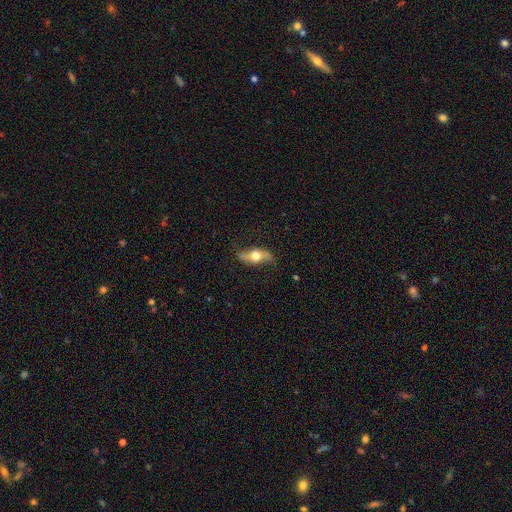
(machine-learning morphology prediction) smooth-or-featured: featured or disk: 63% | smooth: 30% | star or artifact: 6%
  disk-edge-on: yes: 58% | no: 42%
  merging: none: 78% | minor disturbance: 16% | major disturbance: 5% | merger: 1%